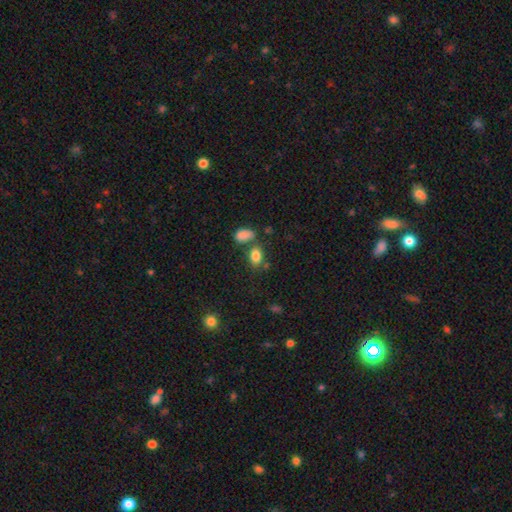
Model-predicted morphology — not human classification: Smooth or featured? smooth (84%)
How rounded? in between (84%)
Merging? none (63%)